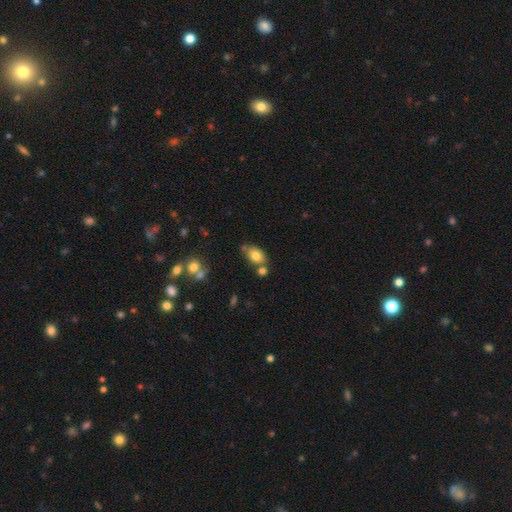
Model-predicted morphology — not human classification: Smooth or featured: smooth — 78% (featured or disk — 12%)
How rounded: in between — 79% (round — 20%)
Merging: none — 64% (merger — 18%)